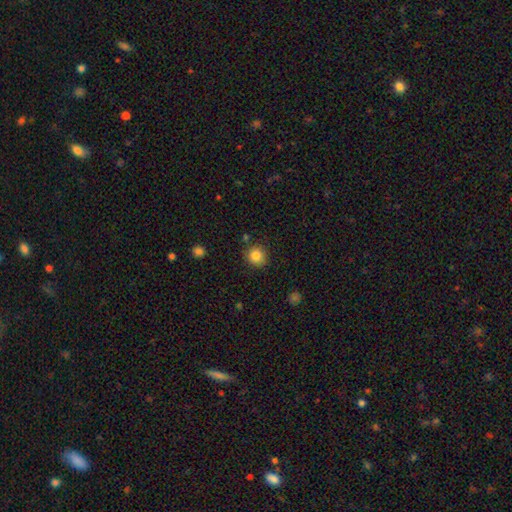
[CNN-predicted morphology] smooth-or-featured: smooth: 85% | star or artifact: 10% | featured or disk: 5%
  how-rounded: round: 91% | in between: 8% | cigar-shaped: 1%
  merging: none: 86% | minor disturbance: 9% | merger: 3% | major disturbance: 2%